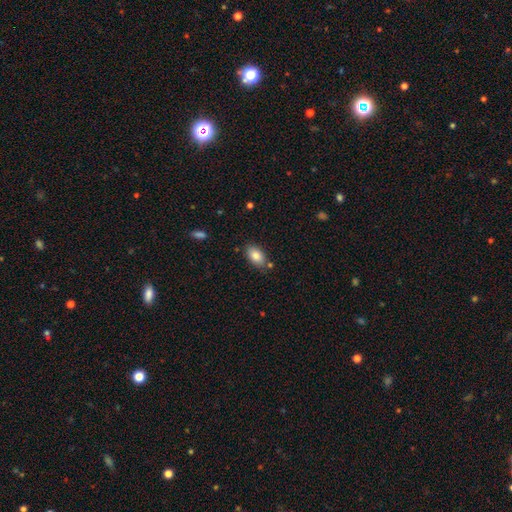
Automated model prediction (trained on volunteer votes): The model was most divided on "merging": none: 79%, minor disturbance: 13%, merger: 5%, major disturbance: 3%. More confident: how rounded — in between (91%); smooth or featured — smooth (84%).